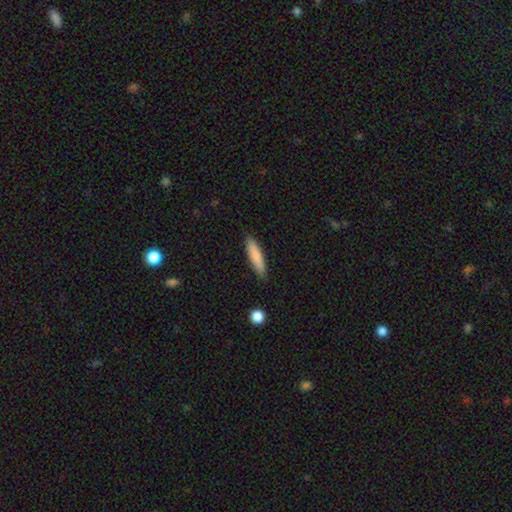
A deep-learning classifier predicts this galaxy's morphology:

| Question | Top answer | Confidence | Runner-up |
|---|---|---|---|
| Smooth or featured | smooth | 81% | featured or disk (13%) |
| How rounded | cigar-shaped | 82% | in between (16%) |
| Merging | none | 87% | minor disturbance (10%) |